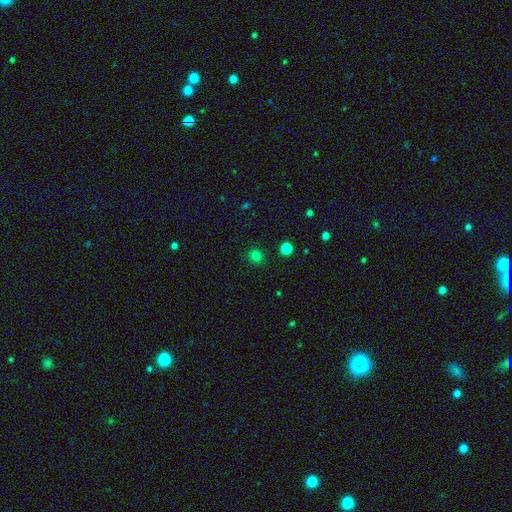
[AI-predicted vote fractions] The model was most divided on "smooth or featured": smooth: 79%, star or artifact: 17%, featured or disk: 4%. More confident: merging — none (90%); how rounded — round (90%).